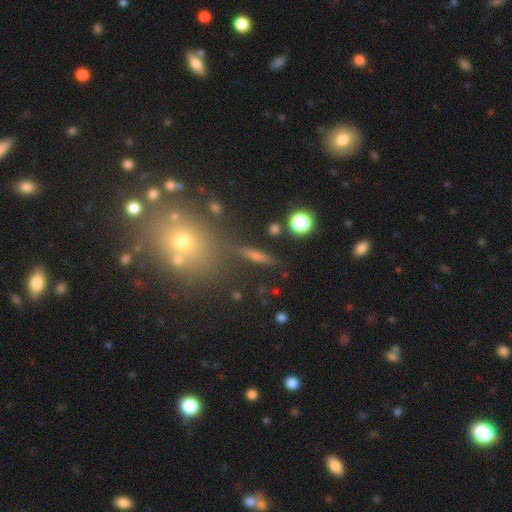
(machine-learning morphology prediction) The model was most divided on "smooth or featured": featured or disk: 43%, smooth: 42%, star or artifact: 15%. More confident: merging — none (81%).